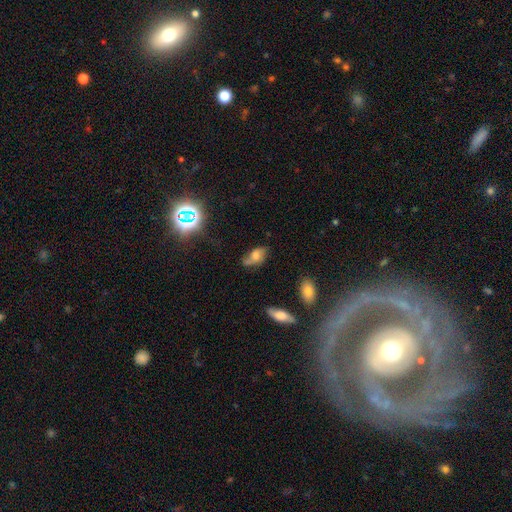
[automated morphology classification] smooth-or-featured: smooth: 50% | featured or disk: 37% | star or artifact: 13%
  how-rounded: in between: 88% | round: 8% | cigar-shaped: 4%
  merging: none: 51% | minor disturbance: 30% | major disturbance: 13% | merger: 6%